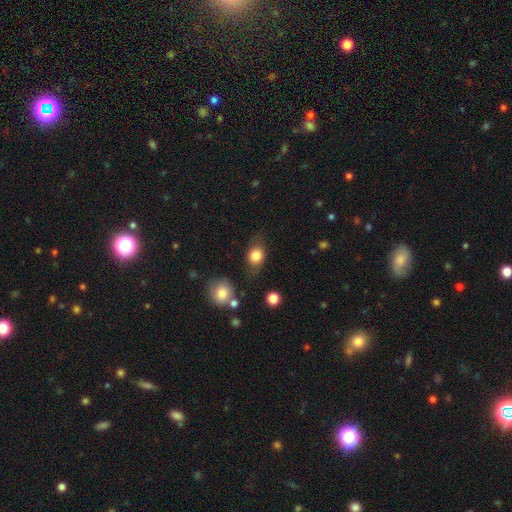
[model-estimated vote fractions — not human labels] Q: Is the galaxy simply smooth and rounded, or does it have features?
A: smooth — 80%.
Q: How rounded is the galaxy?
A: in between — 61%.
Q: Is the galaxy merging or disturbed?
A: none — 70%.